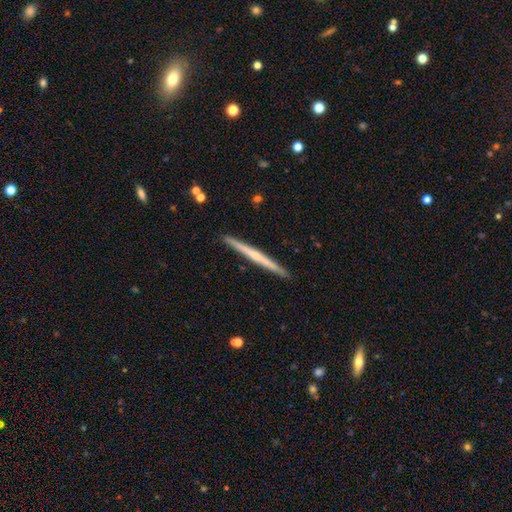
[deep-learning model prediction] Smooth or featured? Predicted: featured or disk (p=0.57). Edge-on disk? Predicted: yes (p=0.98). Edge-on bulge? Predicted: none (p=0.68). Merging? Predicted: none (p=0.93).